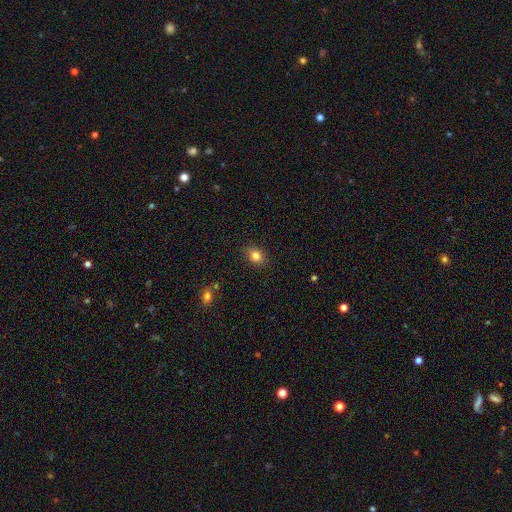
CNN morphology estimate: Overall: smooth (81%). How rounded: in between (60%; round 39%). Merging: none (87%).